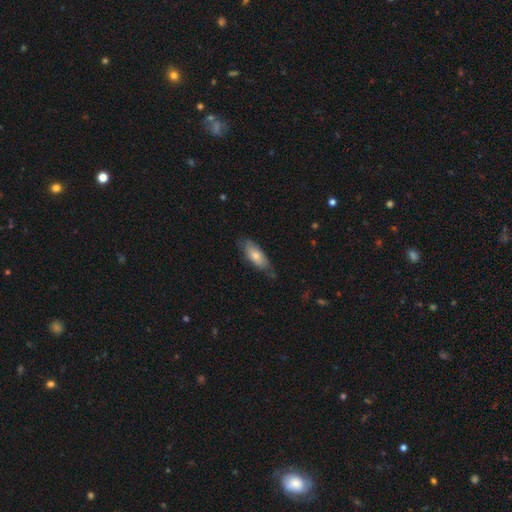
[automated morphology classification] smooth 66%, featured or disk 28%, star or artifact 6%. Down the decision tree: how rounded — in between (76%); merging — none (65%).